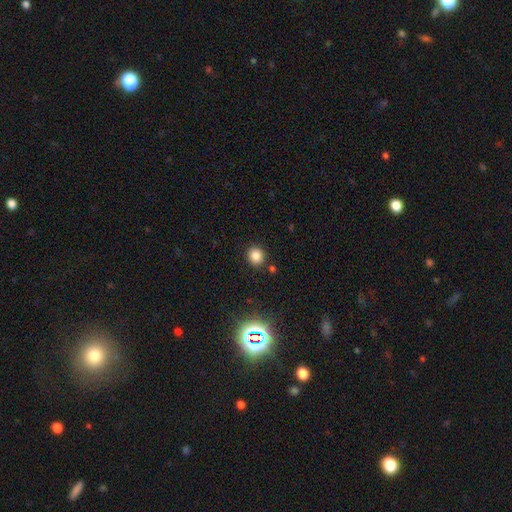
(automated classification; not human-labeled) A smooth galaxy with no disk features (82%) that is round (80%). Merging: none (85%).